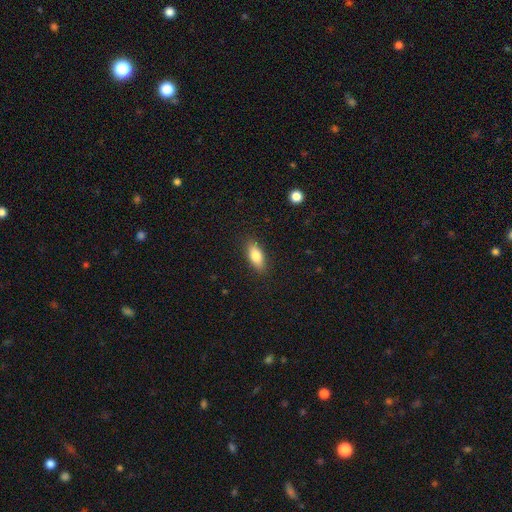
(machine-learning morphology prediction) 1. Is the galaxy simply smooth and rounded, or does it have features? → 81% smooth, 12% featured or disk, 7% star or artifact.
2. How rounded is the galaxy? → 81% in between, 16% cigar-shaped, 3% round.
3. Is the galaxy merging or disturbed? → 87% none, 10% minor disturbance, 2% major disturbance, 1% merger.